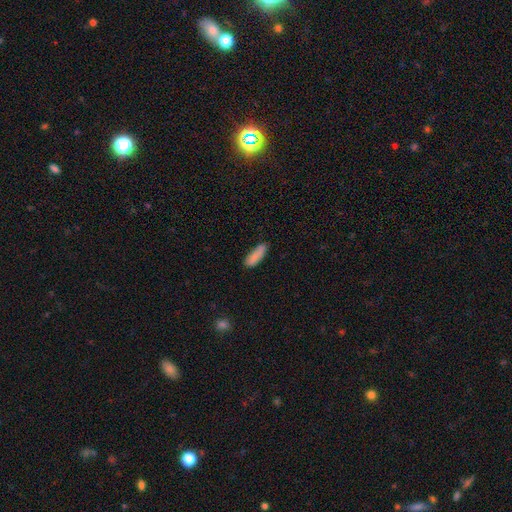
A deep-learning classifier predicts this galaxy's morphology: type=smooth (86%); roundness=in between (55%); merging=none (77%).